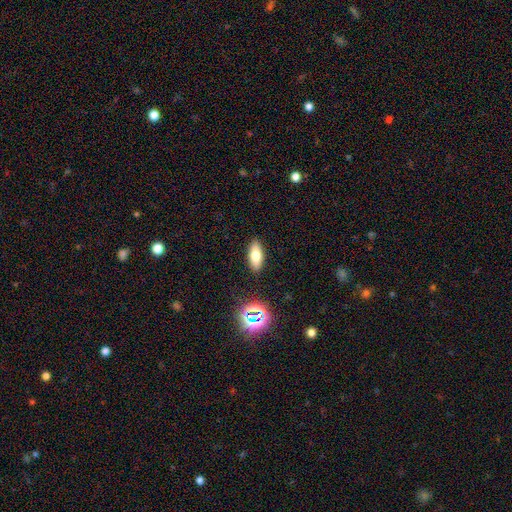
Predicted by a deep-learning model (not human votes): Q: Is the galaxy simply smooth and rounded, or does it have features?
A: smooth — 68%.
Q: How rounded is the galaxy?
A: in between — 75%.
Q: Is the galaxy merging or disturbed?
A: none — 88%.